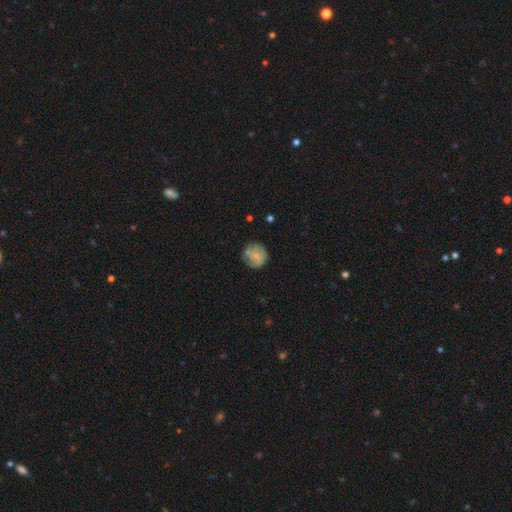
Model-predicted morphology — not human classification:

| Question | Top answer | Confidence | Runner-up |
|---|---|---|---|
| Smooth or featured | smooth | 68% | featured or disk (24%) |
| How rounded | round | 89% | in between (10%) |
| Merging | none | 69% | minor disturbance (20%) |